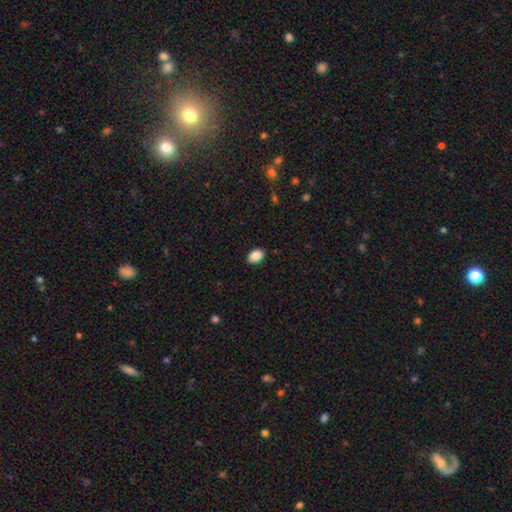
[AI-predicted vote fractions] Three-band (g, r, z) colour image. It shows a smooth galaxy with no disk features (88%) that is in between round and cigar-shaped (83%). Merging: none (89%).